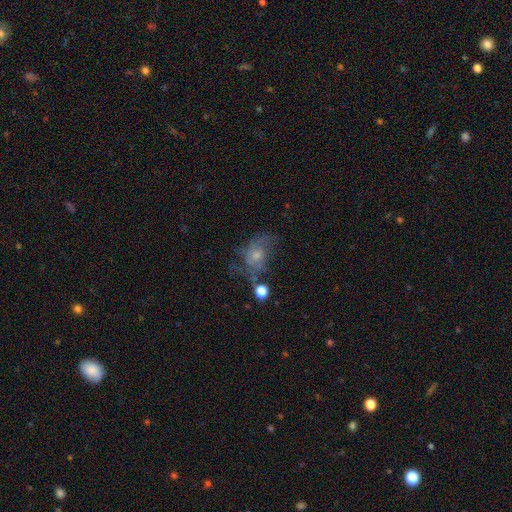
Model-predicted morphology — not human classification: Overall: featured or disk (49%; smooth 37%). Merging: none (35%; major disturbance 34%).